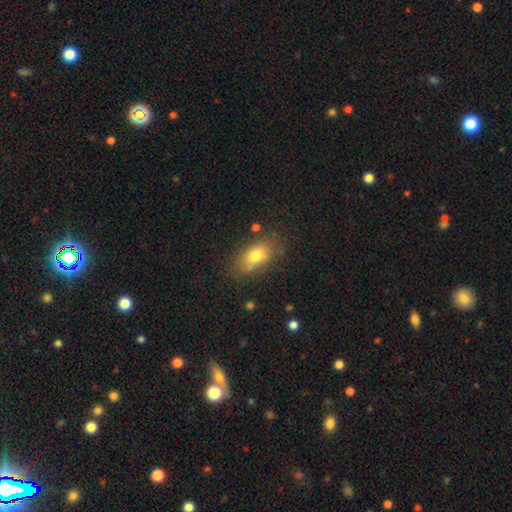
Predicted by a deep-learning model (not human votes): The model was most divided on "merging": none: 71%, minor disturbance: 18%, major disturbance: 6%, merger: 5%. More confident: how rounded — in between (83%); smooth or featured — smooth (74%).